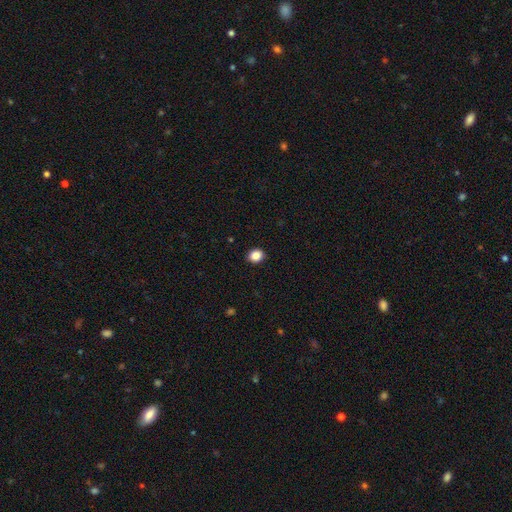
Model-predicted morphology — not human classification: Smooth or featured: smooth — 87% (star or artifact — 9%)
How rounded: round — 66% (in between — 34%)
Merging: none — 91% (minor disturbance — 6%)